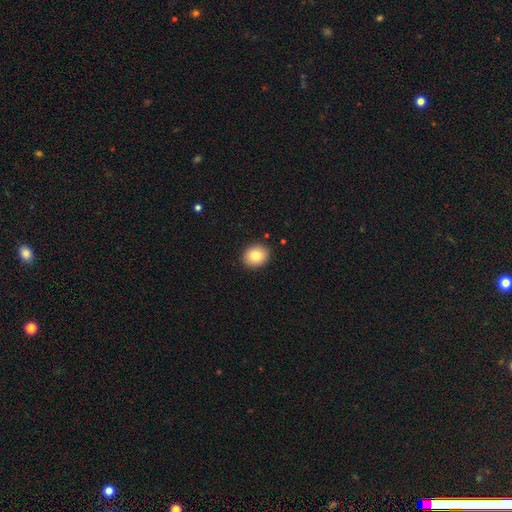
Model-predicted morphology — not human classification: smooth-or-featured: smooth: 81% | featured or disk: 10% | star or artifact: 9%
  how-rounded: round: 61% | in between: 38% | cigar-shaped: 1%
  merging: none: 90% | minor disturbance: 7% | major disturbance: 2% | merger: 1%